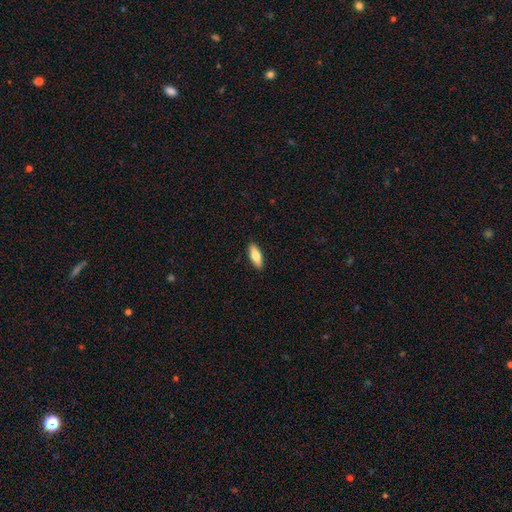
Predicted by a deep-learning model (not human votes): Smooth or featured: smooth — 71% (featured or disk — 23%)
How rounded: in between — 62% (cigar-shaped — 35%)
Merging: none — 90% (minor disturbance — 7%)